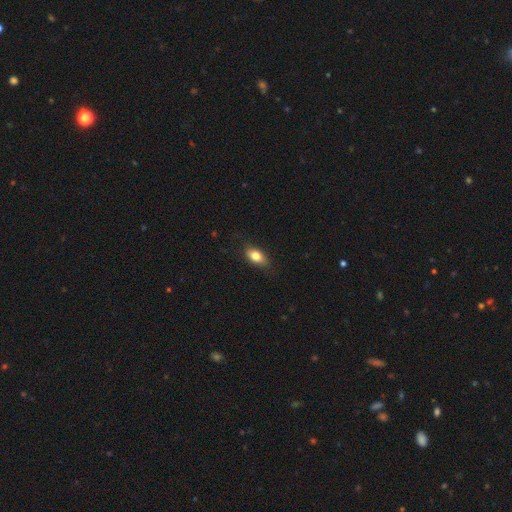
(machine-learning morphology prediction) Smooth or featured? smooth (79%)
How rounded? in between (85%)
Merging? none (80%)